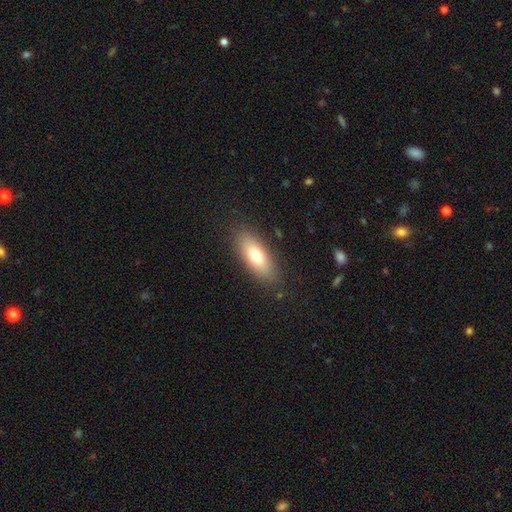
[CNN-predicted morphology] smooth-or-featured: smooth: 74% | featured or disk: 19% | star or artifact: 7%
  how-rounded: in between: 71% | cigar-shaped: 26% | round: 3%
  merging: none: 86% | minor disturbance: 10% | major disturbance: 3% | merger: 1%